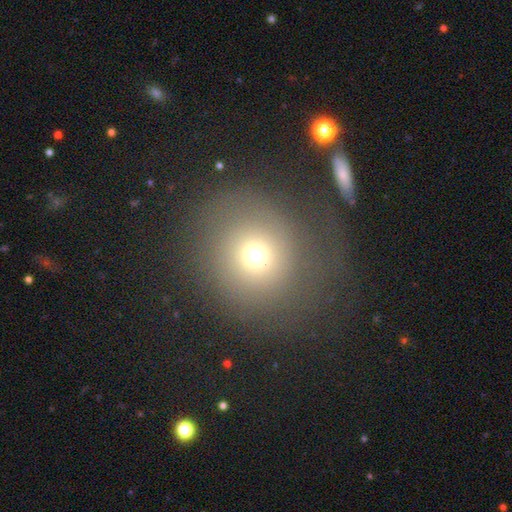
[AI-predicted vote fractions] A smooth galaxy with no disk features (67%) that is round (88%). Merging: none (62%).